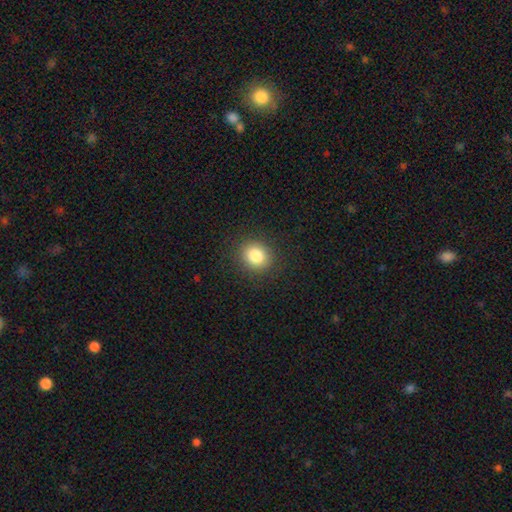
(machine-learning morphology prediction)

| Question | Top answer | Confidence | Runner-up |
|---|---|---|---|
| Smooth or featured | smooth | 83% | star or artifact (10%) |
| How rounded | round | 77% | in between (23%) |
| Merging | none | 90% | minor disturbance (7%) |